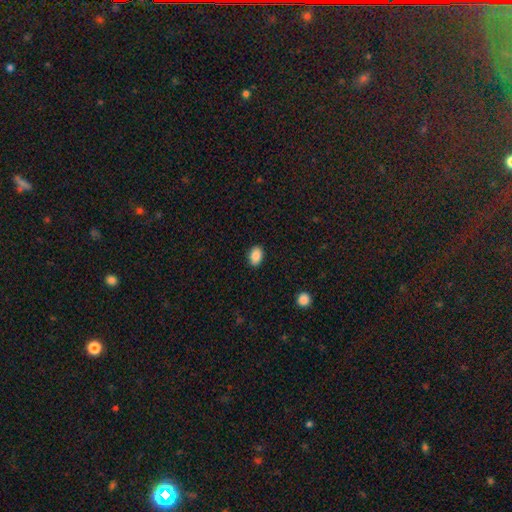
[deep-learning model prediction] This is clearly a smooth galaxy (89%). How rounded: clearly in between (85%). Merging: clearly none (89%).